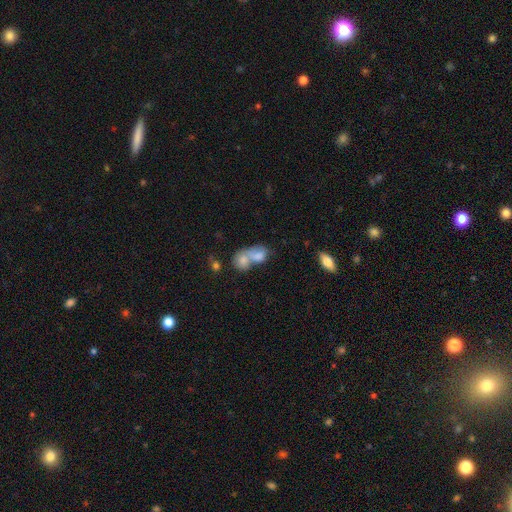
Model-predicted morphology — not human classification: A smooth galaxy with no disk features (74%) that is in between round and cigar-shaped (75%).

Vote fractions:
- Smooth or featured? smooth: 74% / featured or disk: 17% / star or artifact: 9%
- How rounded? in between: 75% / round: 23% / cigar-shaped: 2%
- Merging? merger: 72% / none: 16% / minor disturbance: 7% / major disturbance: 5%